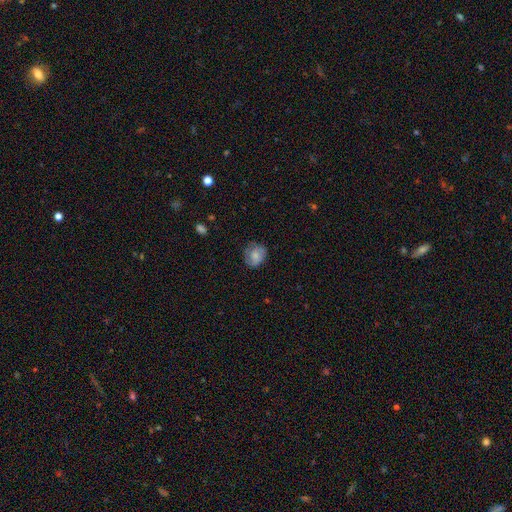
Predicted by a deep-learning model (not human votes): Smooth or featured? smooth (69%)
How rounded? round (70%)
Merging? none (69%)